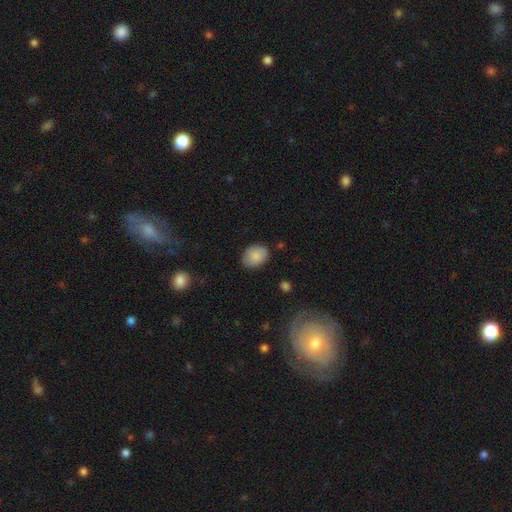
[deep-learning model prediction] smooth-or-featured: smooth: 86% | star or artifact: 7% | featured or disk: 7%
  how-rounded: in between: 66% | round: 33% | cigar-shaped: 1%
  merging: none: 81% | minor disturbance: 14% | major disturbance: 3% | merger: 2%